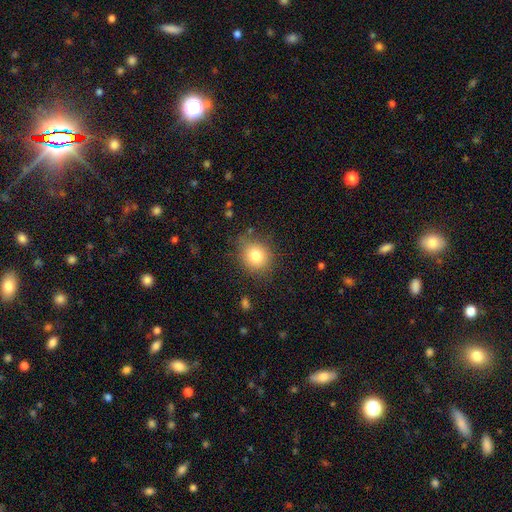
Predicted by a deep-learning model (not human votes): Overall: smooth (79%). How rounded: round (79%). Merging: none (80%).